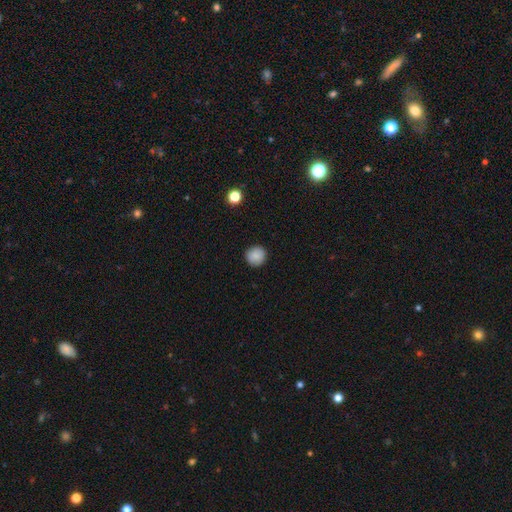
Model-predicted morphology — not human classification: This appears to be a smooth galaxy with no disk features (87%) that is round (94%). Merging: none (91%).